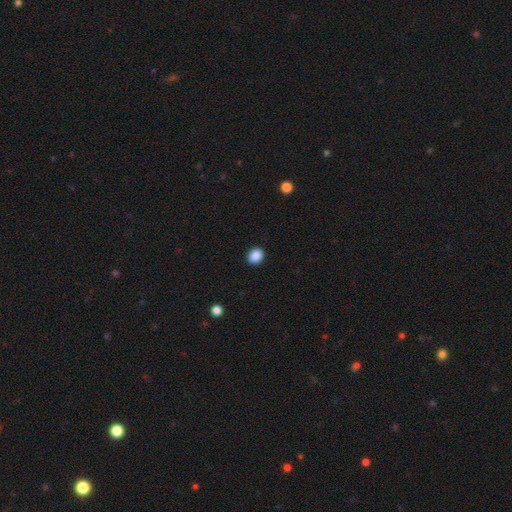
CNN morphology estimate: Smooth or featured? Predicted: smooth (p=0.88). How rounded? Predicted: round (p=0.56). Merging? Predicted: none (p=0.90).